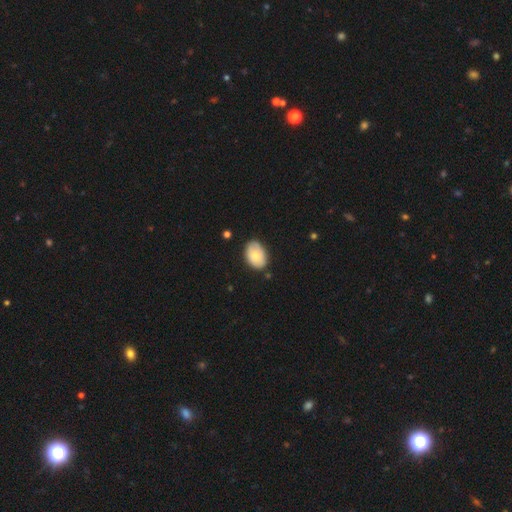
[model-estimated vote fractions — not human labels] Smooth or featured? Predicted: smooth (p=0.74). How rounded? Predicted: in between (p=0.86). Merging? Predicted: none (p=0.78).